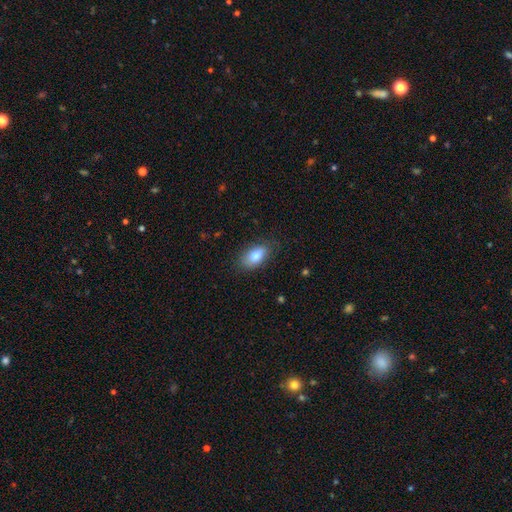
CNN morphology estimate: type=smooth (83%); roundness=in between (91%); merging=none (79%).